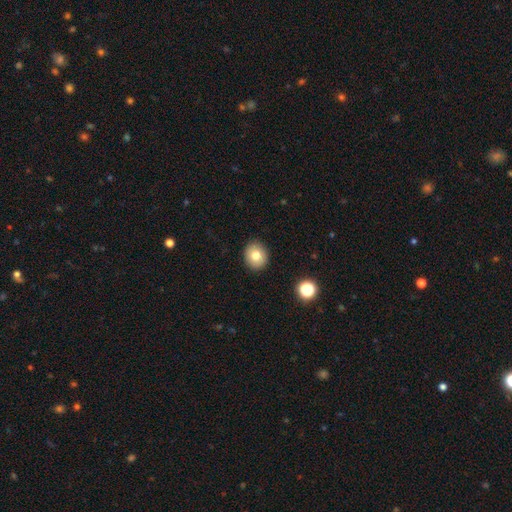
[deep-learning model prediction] Smooth or featured? smooth (78%)
How rounded? round (78%)
Merging? none (91%)